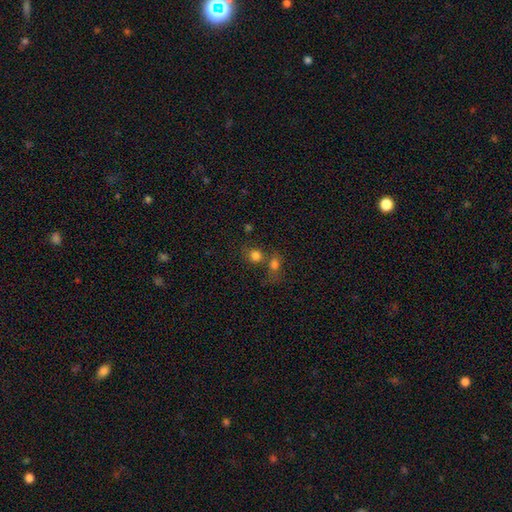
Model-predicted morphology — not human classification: Q: Smooth or featured?
A: smooth (79%); runner-up: star or artifact (14%)
Q: How rounded?
A: round (78%); runner-up: in between (20%)
Q: Merging?
A: none (49%); runner-up: merger (38%)